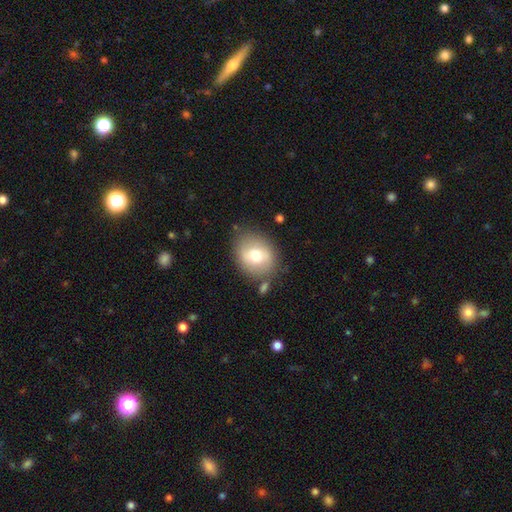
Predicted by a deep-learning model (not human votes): A smooth galaxy with no disk features (65%) that is round (58%).

Vote fractions:
- Smooth or featured? smooth: 65% / featured or disk: 27% / star or artifact: 8%
- How rounded? round: 58% / in between: 41% / cigar-shaped: 1%
- Merging? none: 76% / minor disturbance: 14% / merger: 5% / major disturbance: 5%